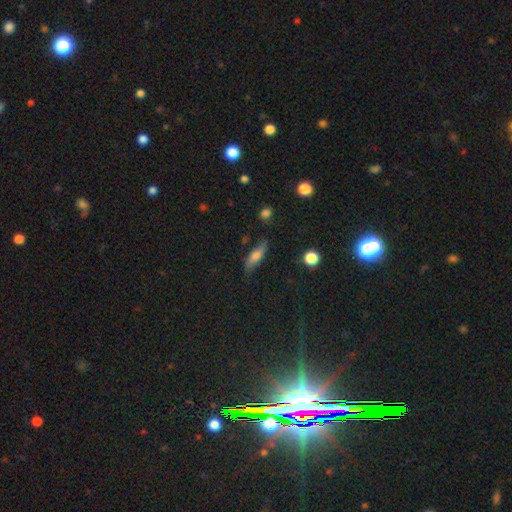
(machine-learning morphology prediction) smooth_or_featured: smooth (p=0.63) [alt: featured or disk p=0.28]
how_rounded: cigar-shaped (p=0.54) [alt: in between p=0.43]
merging: none (p=0.74) [alt: minor disturbance p=0.19]